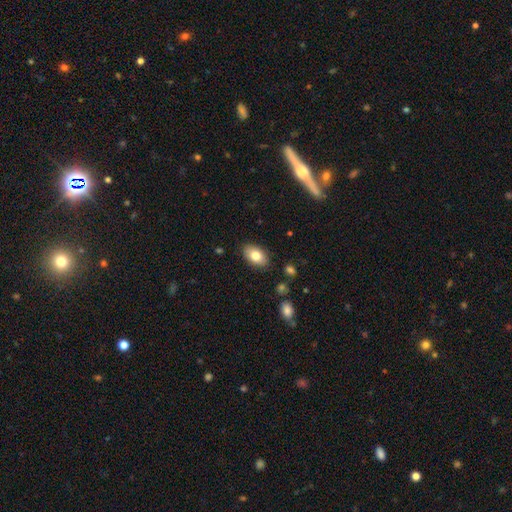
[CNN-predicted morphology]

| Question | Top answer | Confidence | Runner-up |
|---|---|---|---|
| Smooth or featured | smooth | 81% | featured or disk (12%) |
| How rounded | in between | 92% | round (7%) |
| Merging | none | 86% | minor disturbance (10%) |